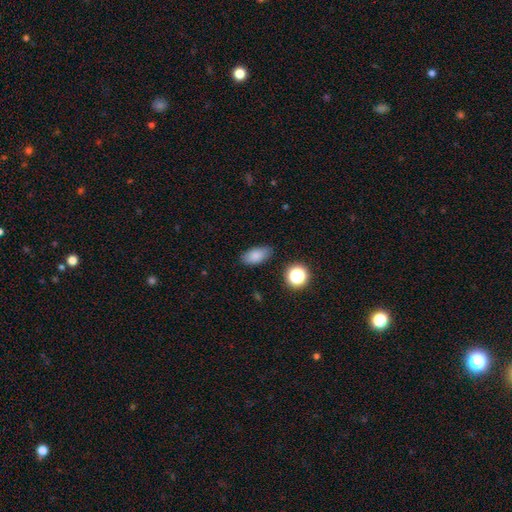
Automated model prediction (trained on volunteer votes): smooth-or-featured: smooth: 83% | star or artifact: 10% | featured or disk: 7%
  how-rounded: in between: 89% | round: 6% | cigar-shaped: 5%
  merging: none: 81% | minor disturbance: 14% | major disturbance: 3% | merger: 2%